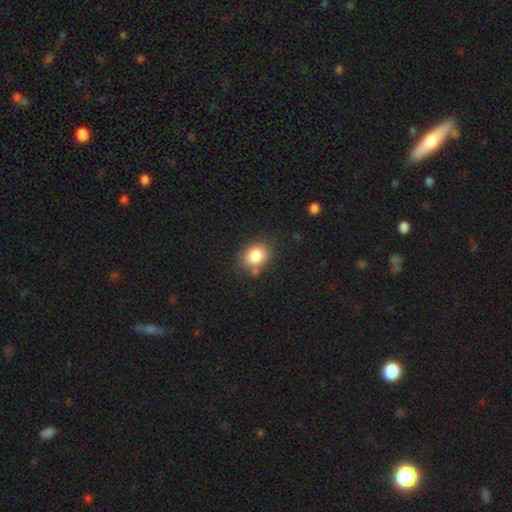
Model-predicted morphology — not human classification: smooth 84%, star or artifact 9%, featured or disk 7%. Down the decision tree: how rounded — in between (50%); merging — none (76%).